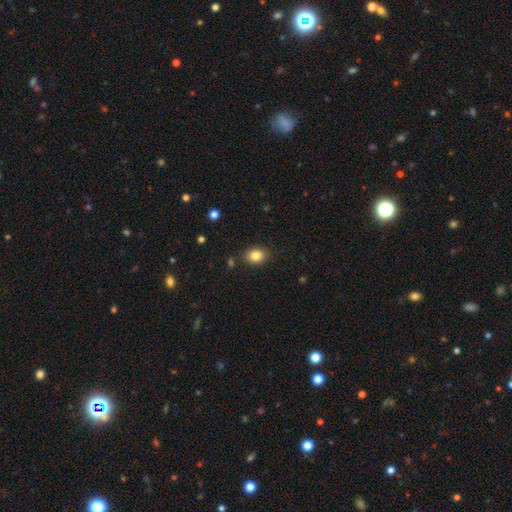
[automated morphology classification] smooth 83%, star or artifact 10%, featured or disk 7%. Down the decision tree: how rounded — in between (63%); merging — none (84%).